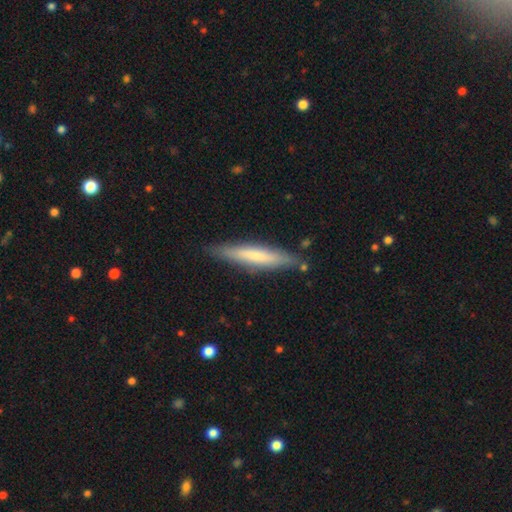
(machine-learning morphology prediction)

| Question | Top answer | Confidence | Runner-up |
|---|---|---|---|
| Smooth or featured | smooth | 63% | featured or disk (32%) |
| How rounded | cigar-shaped | 90% | in between (9%) |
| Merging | none | 84% | minor disturbance (12%) |